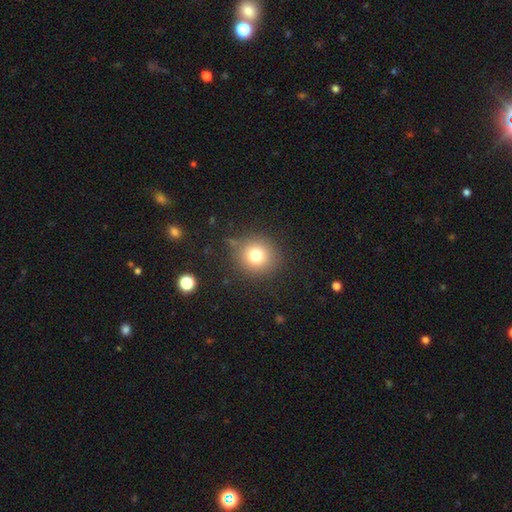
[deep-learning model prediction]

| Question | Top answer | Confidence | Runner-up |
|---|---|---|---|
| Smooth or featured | smooth | 77% | star or artifact (14%) |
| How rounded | round | 91% | in between (8%) |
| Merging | none | 84% | minor disturbance (10%) |